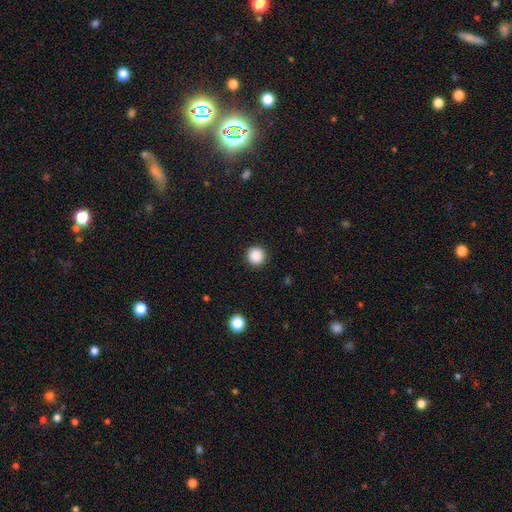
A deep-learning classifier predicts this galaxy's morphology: smooth_or_featured: smooth (p=0.87) [alt: star or artifact p=0.10]
how_rounded: round (p=0.95) [alt: in between p=0.04]
merging: none (p=0.92) [alt: minor disturbance p=0.05]